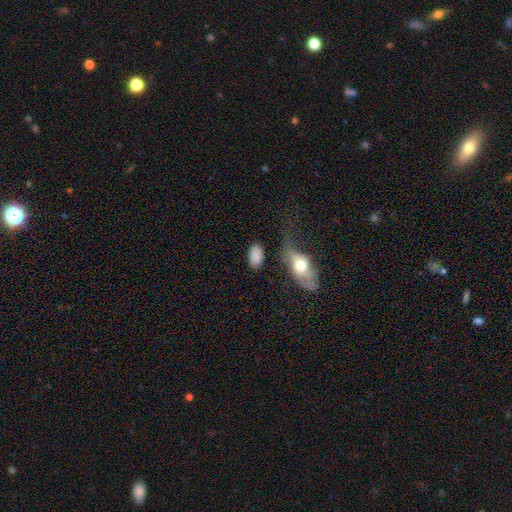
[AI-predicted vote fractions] Morphology: type=smooth (84%); roundness=in between (92%); merging=none (70%).